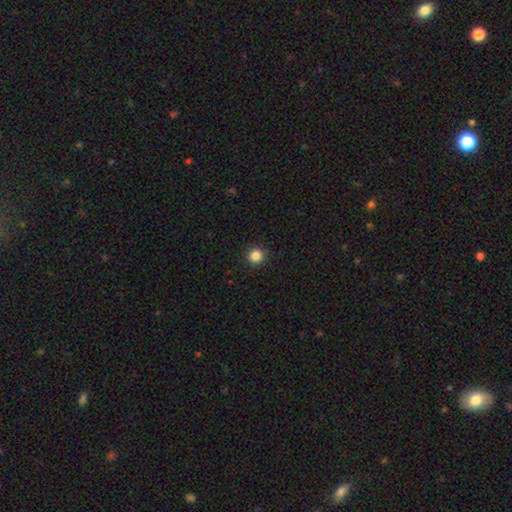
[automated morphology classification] This appears to be a smooth galaxy with no disk features (86%) that is round (95%). Merging: none (93%).